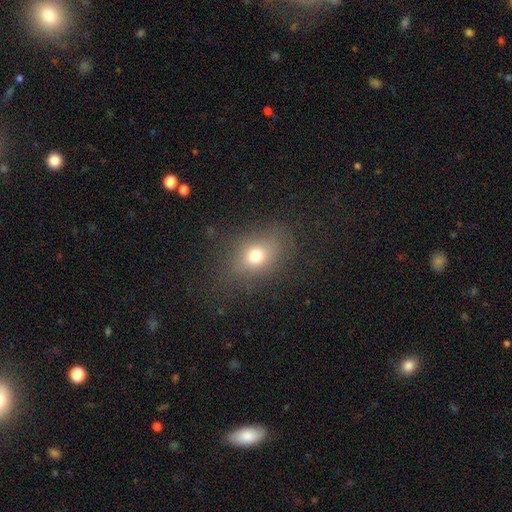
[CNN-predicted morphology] type=smooth (72%); roundness=in between (57%); merging=none (77%).